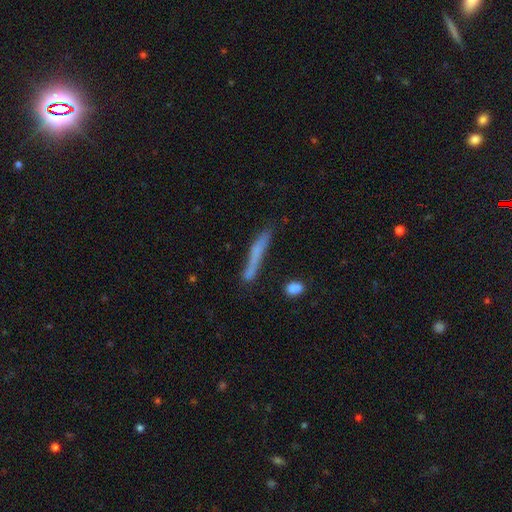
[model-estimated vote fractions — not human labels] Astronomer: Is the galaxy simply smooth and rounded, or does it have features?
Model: smooth — 57% (runner-up: featured or disk, 33%).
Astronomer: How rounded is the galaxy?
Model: cigar-shaped — 94%.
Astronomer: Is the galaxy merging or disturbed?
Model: none — 68%.